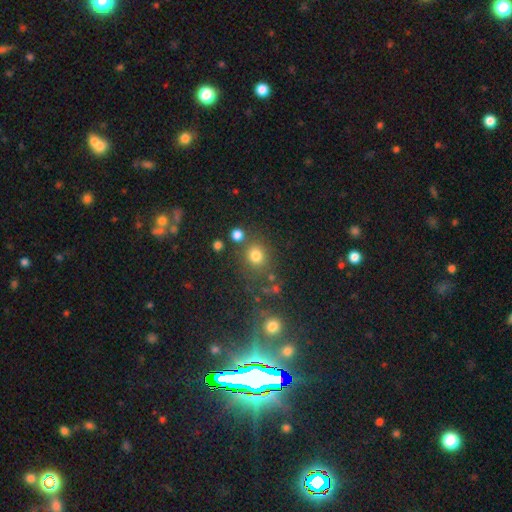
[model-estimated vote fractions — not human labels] Morphology: type=smooth (77%); roundness=round (81%); merging=none (71%).